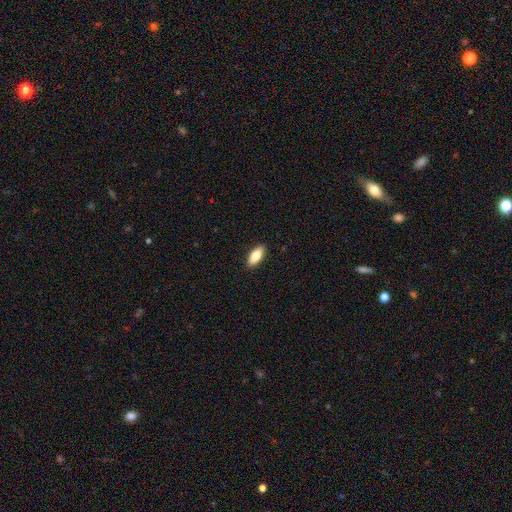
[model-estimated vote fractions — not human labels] The model was most divided on "smooth or featured": smooth: 77%, featured or disk: 17%, star or artifact: 6%. More confident: merging — none (90%); how rounded — in between (81%).